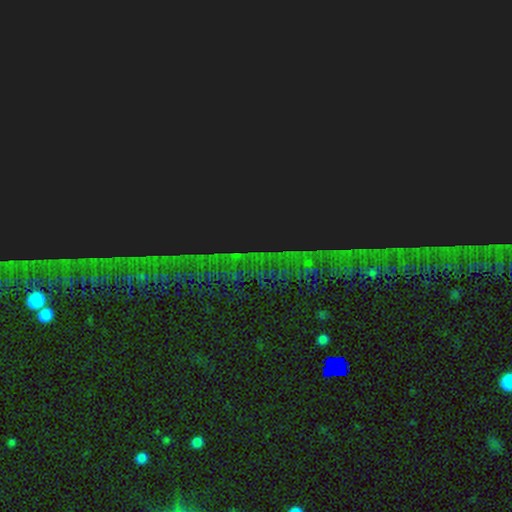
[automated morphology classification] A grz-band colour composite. It shows a star or artifact, not a galaxy (87%).